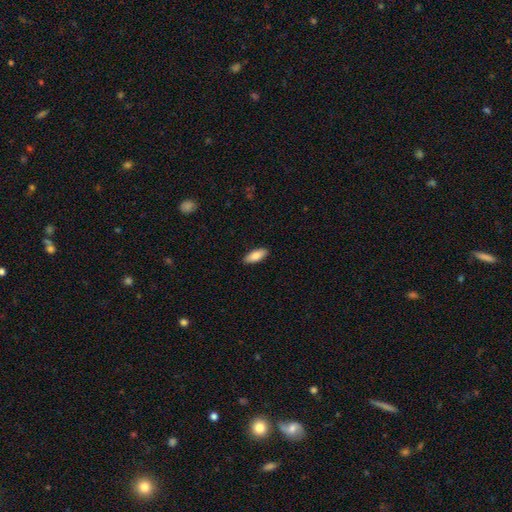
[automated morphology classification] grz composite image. It shows a smooth galaxy with no disk features (85%) that is in between round and cigar-shaped (80%). Merging: none (89%).